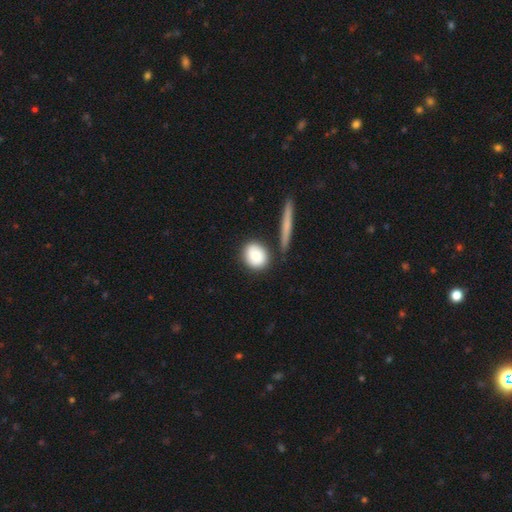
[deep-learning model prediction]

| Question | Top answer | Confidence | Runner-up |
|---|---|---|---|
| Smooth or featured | smooth | 80% | featured or disk (13%) |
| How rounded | round | 73% | in between (25%) |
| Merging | none | 74% | minor disturbance (13%) |